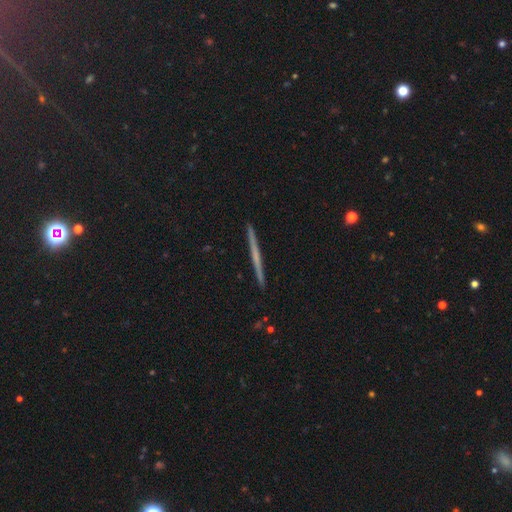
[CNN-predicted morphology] Smooth or featured?
  - featured or disk: 60% *
  - smooth: 34%
  - star or artifact: 7%
Edge-on disk?
  - yes: 98% *
  - no: 2%
Edge-on bulge?
  - none: 83% *
  - rounded: 13%
  - boxy: 4%
Merging?
  - none: 93% *
  - minor disturbance: 5%
  - merger: 1%
  - major disturbance: 1%